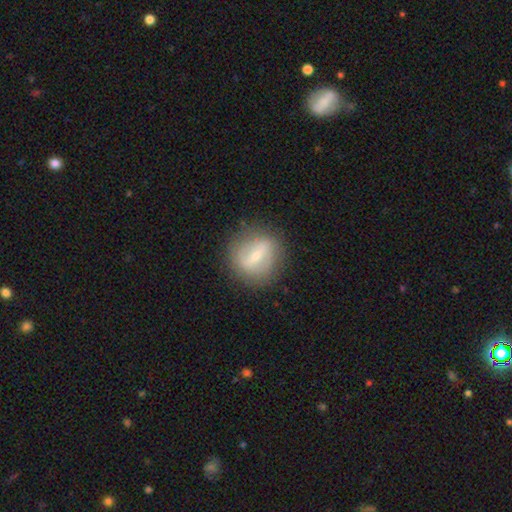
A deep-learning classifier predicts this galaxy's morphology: Smooth or featured: featured or disk — 57% (smooth — 35%)
Edge-on disk: no — 83% (yes — 17%)
Merging: none — 83% (minor disturbance — 12%)